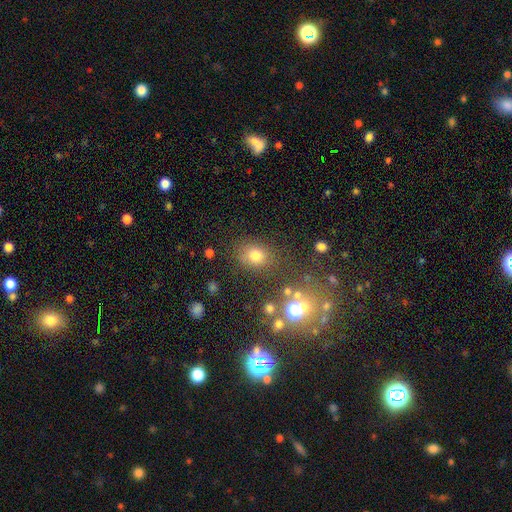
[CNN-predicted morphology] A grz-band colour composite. It shows a smooth galaxy with no disk features (73%) that is round (56%). Merging: none (76%).